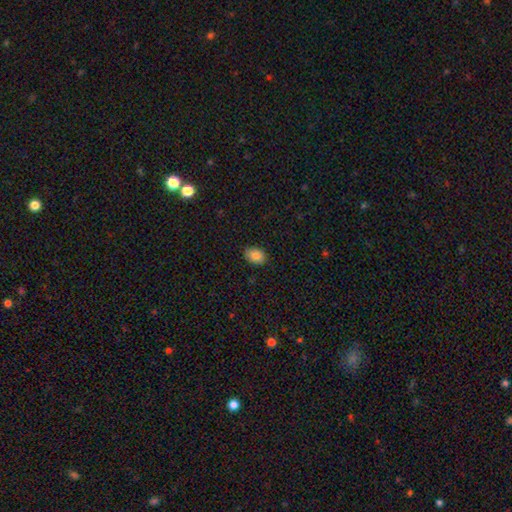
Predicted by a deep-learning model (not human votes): A smooth galaxy with no disk features (84%) that is in between round and cigar-shaped (73%). Merging: none (85%).